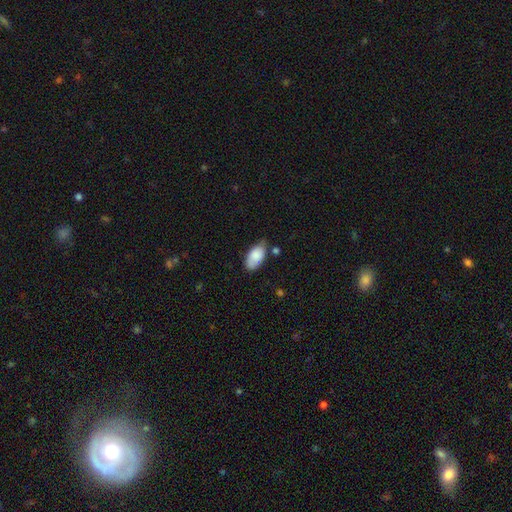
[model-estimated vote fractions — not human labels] This is clearly a smooth galaxy (82%). How rounded: clearly in between (94%). Merging: possibly none (57%).